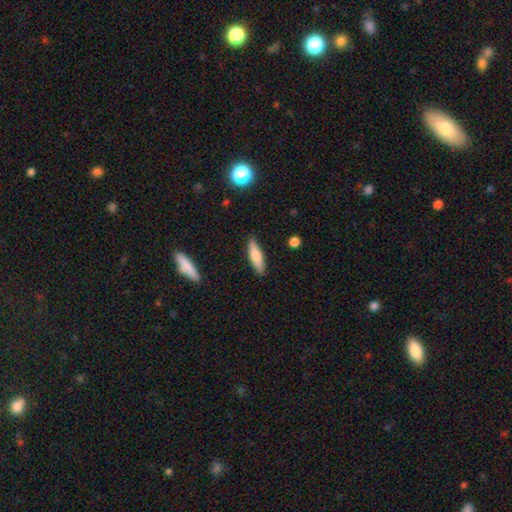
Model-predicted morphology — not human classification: The model was most divided on "how rounded": cigar-shaped: 65%, in between: 33%, round: 2%. More confident: merging — none (88%); smooth or featured — smooth (68%).